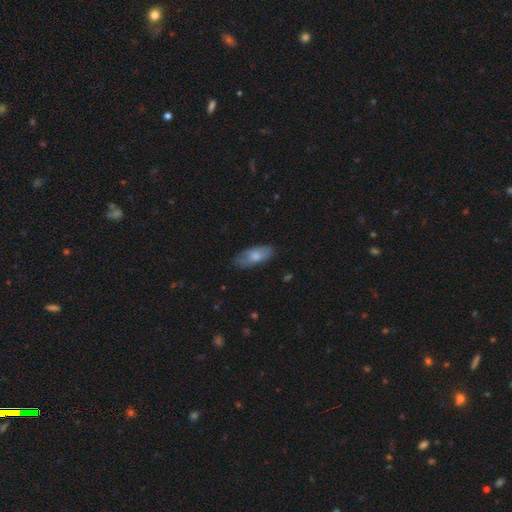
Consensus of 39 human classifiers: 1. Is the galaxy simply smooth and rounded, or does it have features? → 85% smooth, 10% featured or disk, 5% star or artifact.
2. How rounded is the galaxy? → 88% in between, 6% round, 6% cigar-shaped.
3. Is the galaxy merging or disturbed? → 73% none, 19% minor disturbance, 5% merger, 3% major disturbance.